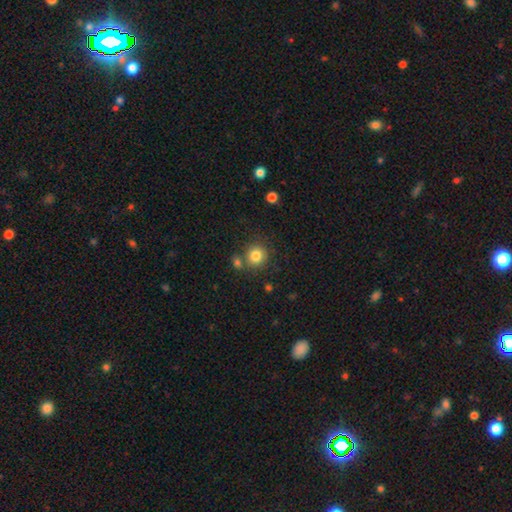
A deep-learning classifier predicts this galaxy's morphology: A smooth galaxy with no disk features (83%) that is round (89%). Merging: none (73%).